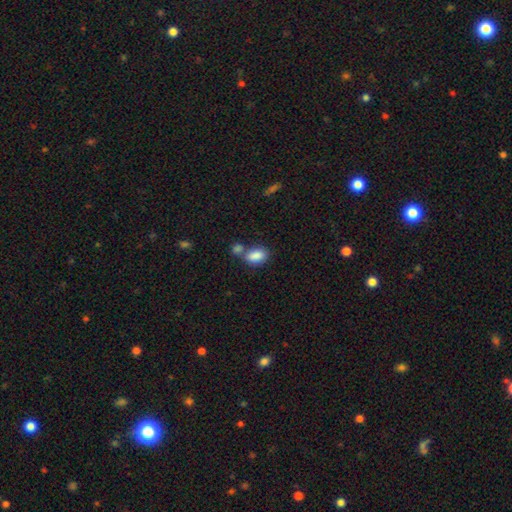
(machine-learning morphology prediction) Smooth or featured? smooth (86%)
How rounded? in between (86%)
Merging? none (45%)